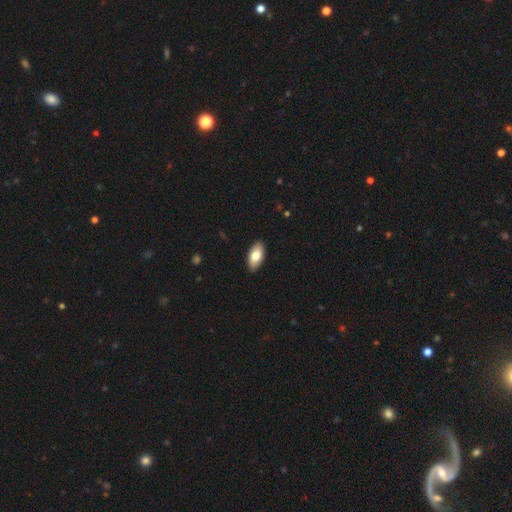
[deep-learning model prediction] Smooth or featured? Predicted: smooth (p=0.78). How rounded? Predicted: in between (p=0.93). Merging? Predicted: none (p=0.90).